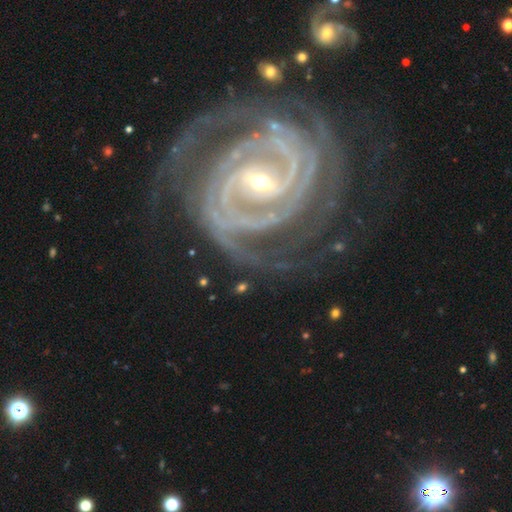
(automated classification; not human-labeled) Smooth or featured: featured or disk — 92% (star or artifact — 5%)
Edge-on disk: no — 97% (yes — 3%)
Bar: strong — 48% (weak — 36%)
Spiral arms: yes — 98% (no — 2%)
Spiral winding: tight — 73% (medium — 23%)
Spiral arm count: 2 — 32% (3 — 20%)
Bulge size: small — 56% (moderate — 41%)
Merging: none — 70% (minor disturbance — 17%)